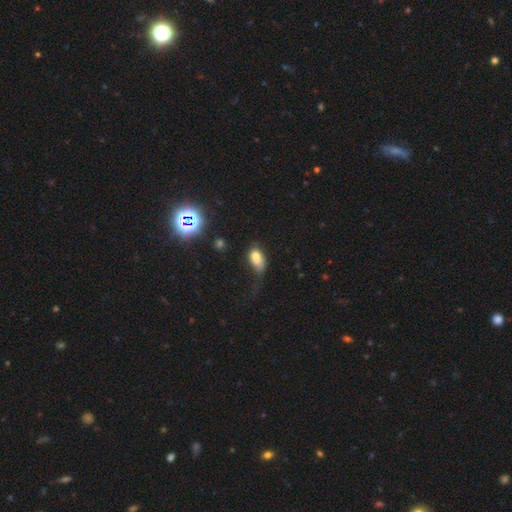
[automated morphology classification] This appears to be a smooth galaxy with no disk features (75%) that is in between round and cigar-shaped (88%). Merging: major disturbance (35%).